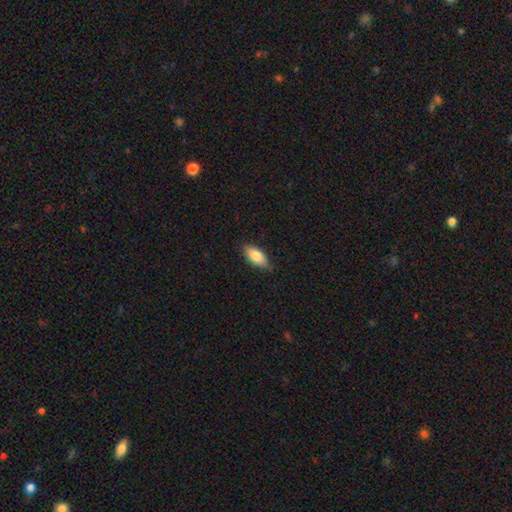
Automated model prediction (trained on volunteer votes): Smooth or featured? smooth (84%)
How rounded? in between (87%)
Merging? none (81%)